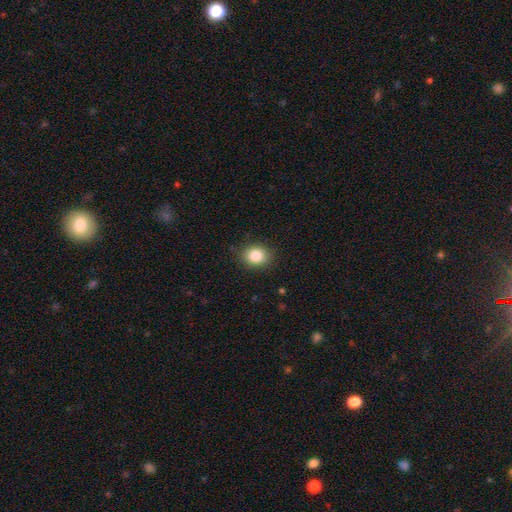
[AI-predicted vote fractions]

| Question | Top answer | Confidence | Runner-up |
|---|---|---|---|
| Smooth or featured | smooth | 84% | star or artifact (10%) |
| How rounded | round | 65% | in between (34%) |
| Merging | none | 88% | minor disturbance (9%) |